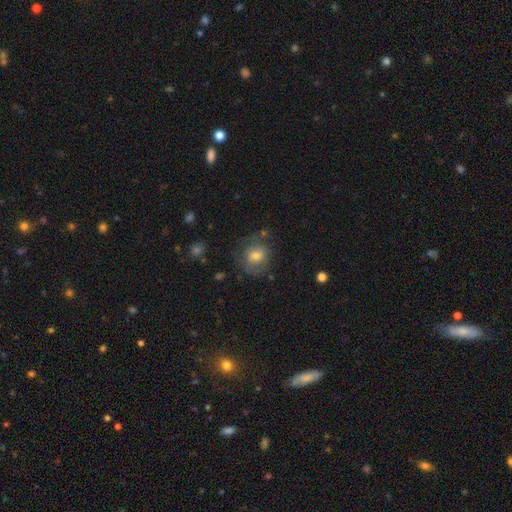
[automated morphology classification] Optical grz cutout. It shows a smooth galaxy with no disk features (59%) that is round (73%). Merging: none (65%).